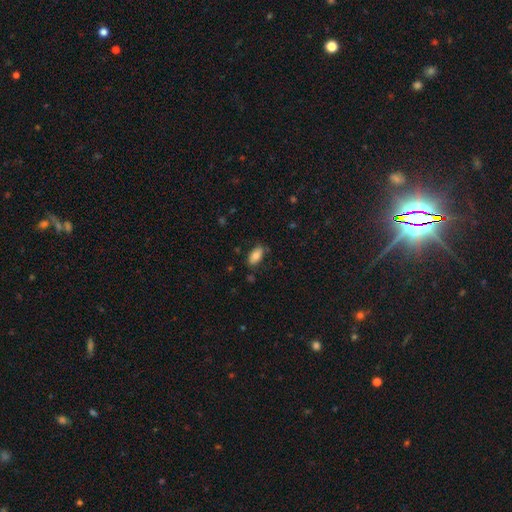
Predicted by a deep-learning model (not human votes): The model was most divided on "merging": none: 76%, minor disturbance: 18%, major disturbance: 4%, merger: 2%. More confident: how rounded — in between (92%); smooth or featured — smooth (78%).